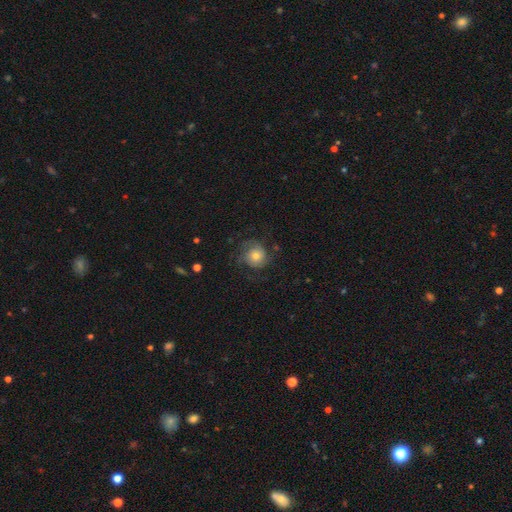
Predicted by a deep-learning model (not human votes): Smooth or featured: featured or disk — 53% (smooth — 39%)
Edge-on disk: no — 97% (yes — 3%)
Bar: no — 81% (weak — 16%)
Spiral arms: yes — 86% (no — 14%)
Bulge size: moderate — 57% (small — 24%)
Merging: none — 64% (minor disturbance — 19%)